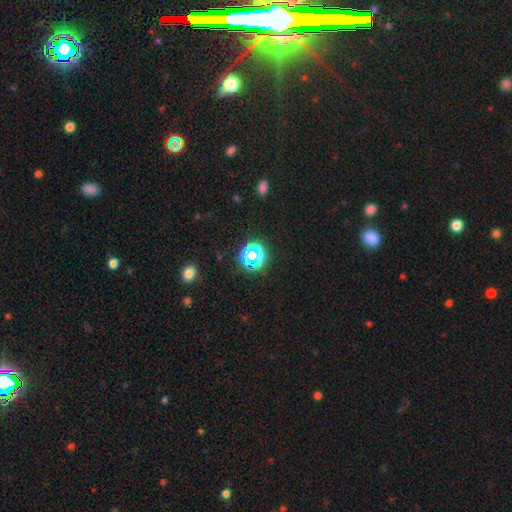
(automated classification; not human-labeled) Q: Smooth or featured?
A: star or artifact (65%); runner-up: smooth (24%)